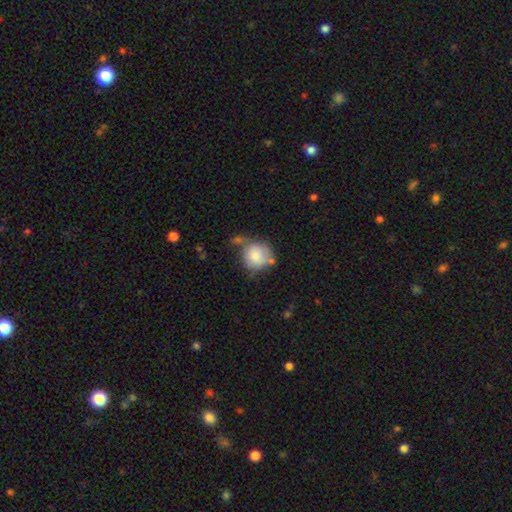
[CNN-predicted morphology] Smooth or featured: smooth — 77% (featured or disk — 15%)
How rounded: round — 85% (in between — 14%)
Merging: none — 43% (minor disturbance — 24%)